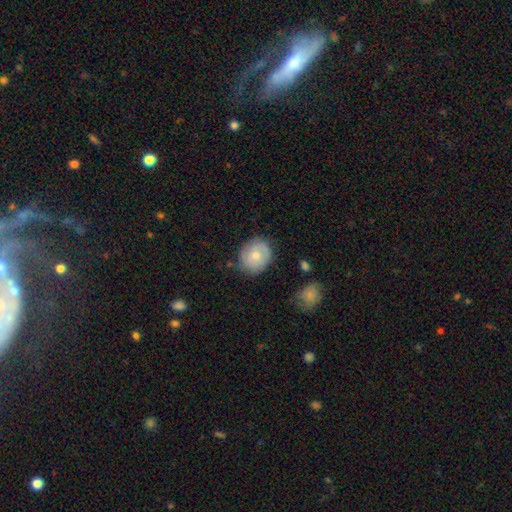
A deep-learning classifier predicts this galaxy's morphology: smooth_or_featured: smooth (p=0.64) [alt: featured or disk p=0.29]
how_rounded: round (p=0.72) [alt: in between p=0.27]
merging: none (p=0.77) [alt: minor disturbance p=0.17]